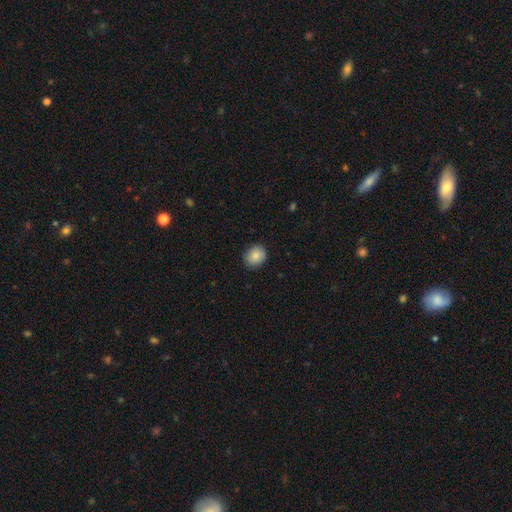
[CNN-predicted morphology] Smooth or featured: smooth — 86% (star or artifact — 8%)
How rounded: round — 60% (in between — 39%)
Merging: none — 86% (minor disturbance — 11%)